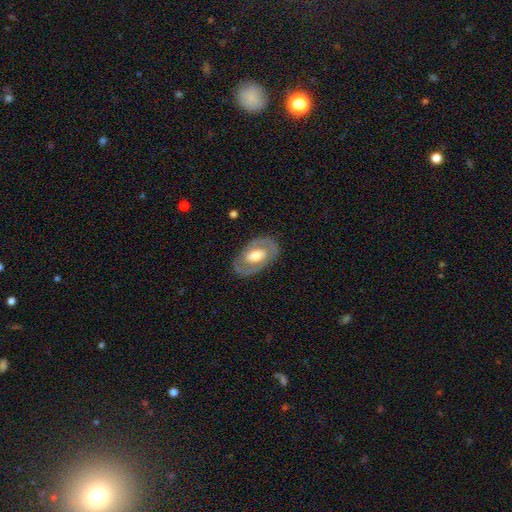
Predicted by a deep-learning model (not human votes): Smooth or featured: featured or disk — 59% (smooth — 35%)
Edge-on disk: no — 92% (yes — 8%)
Bar: no — 54% (weak — 31%)
Spiral arms: no — 61% (yes — 39%)
Bulge size: moderate — 58% (large — 29%)
Merging: none — 82% (minor disturbance — 12%)